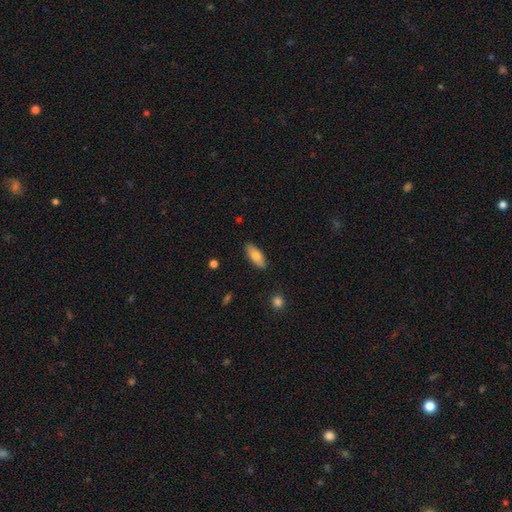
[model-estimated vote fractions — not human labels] Smooth or featured: smooth — 75% (featured or disk — 18%)
How rounded: in between — 76% (cigar-shaped — 21%)
Merging: none — 87% (minor disturbance — 10%)